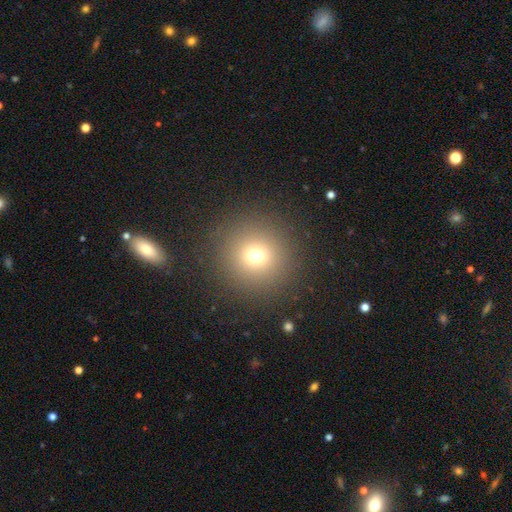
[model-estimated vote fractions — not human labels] A smooth galaxy with no disk features (71%) that is round (95%). Merging: none (90%).